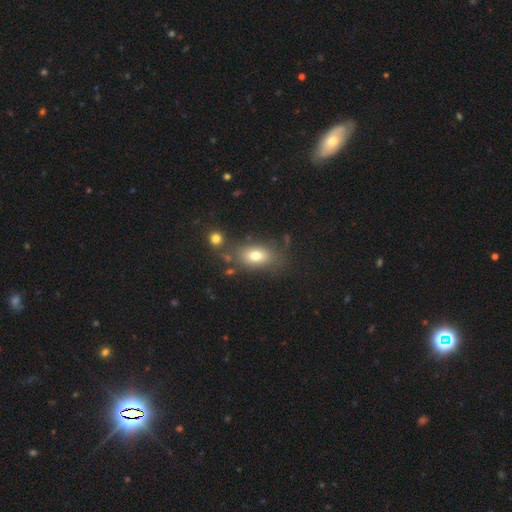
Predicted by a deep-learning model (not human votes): A smooth galaxy with no disk features (75%) that is in between round and cigar-shaped (82%). Merging: none (69%).